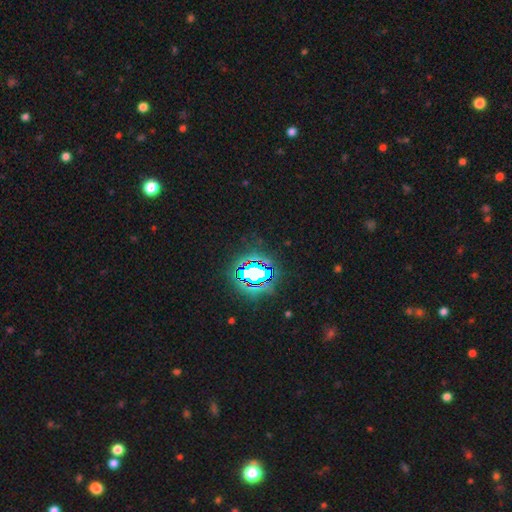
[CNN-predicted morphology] The model was most divided on "smooth or featured": star or artifact: 83%, smooth: 10%, featured or disk: 7%.